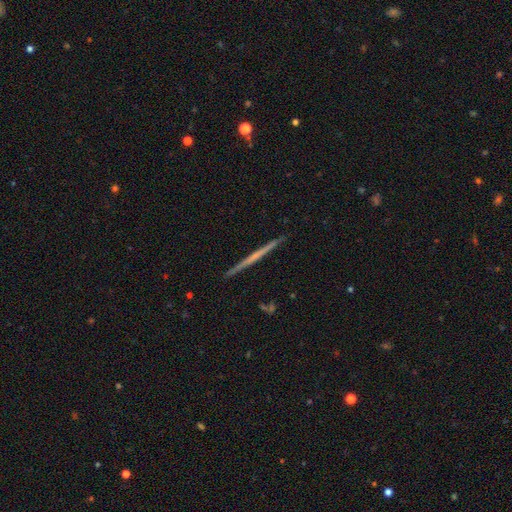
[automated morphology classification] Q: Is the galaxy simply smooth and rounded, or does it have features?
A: featured or disk — 66%.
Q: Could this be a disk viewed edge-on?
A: yes — 98%.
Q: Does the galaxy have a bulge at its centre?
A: none — 80%.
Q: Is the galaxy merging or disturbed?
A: none — 93%.